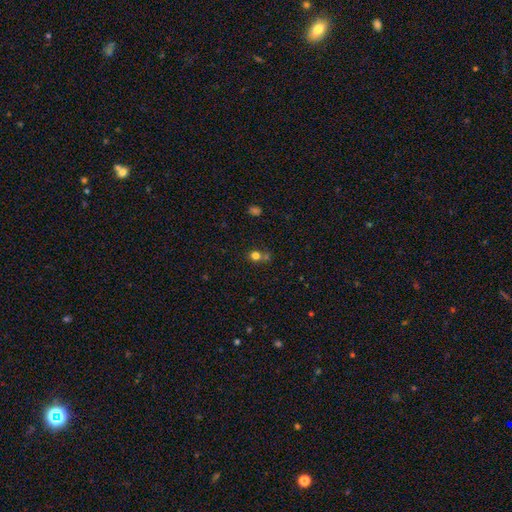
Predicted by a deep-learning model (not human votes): smooth 75%, star or artifact 17%, featured or disk 8%. Down the decision tree: how rounded — round (79%); merging — none (51%).